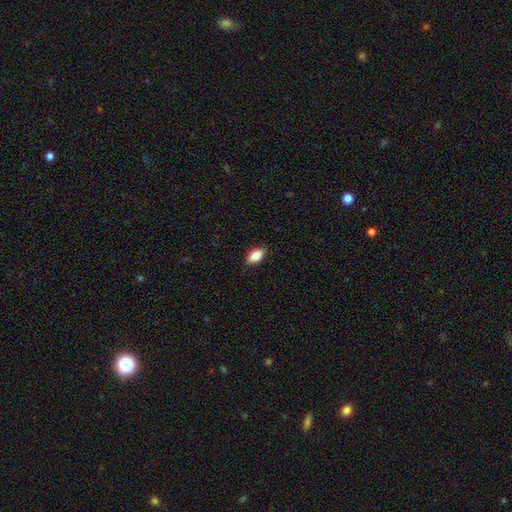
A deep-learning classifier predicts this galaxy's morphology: A smooth galaxy with no disk features (78%) that is in between round and cigar-shaped (88%). Merging: none (87%).